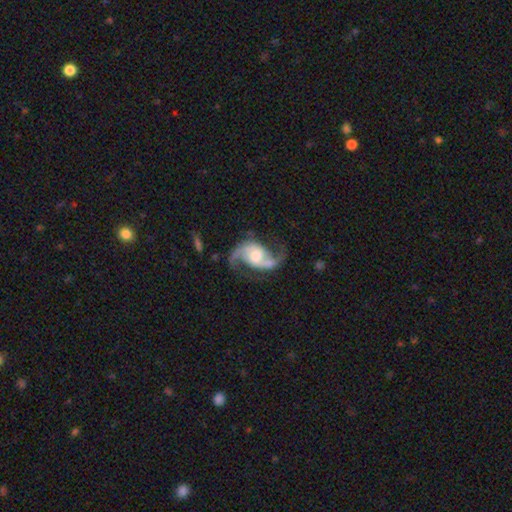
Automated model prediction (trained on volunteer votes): Smooth or featured?
  - featured or disk: 91% *
  - smooth: 5%
  - star or artifact: 4%
Edge-on disk?
  - no: 98% *
  - yes: 2%
Bar?
  - no: 50% *
  - weak: 38%
  - strong: 12%
Spiral arms?
  - yes: 98% *
  - no: 2%
Spiral winding?
  - loose: 46% *
  - medium: 45%
  - tight: 9%
Spiral arm count?
  - 2: 93% *
  - 1: 2%
  - can't tell: 2%
  - 3: 1%
  - 4: 1%
  - more than 4: 1%
Bulge size?
  - moderate: 52% *
  - small: 27%
  - large: 14%
  - none: 5%
  - dominant: 2%
Merging?
  - none: 72% *
  - minor disturbance: 16%
  - major disturbance: 10%
  - merger: 2%